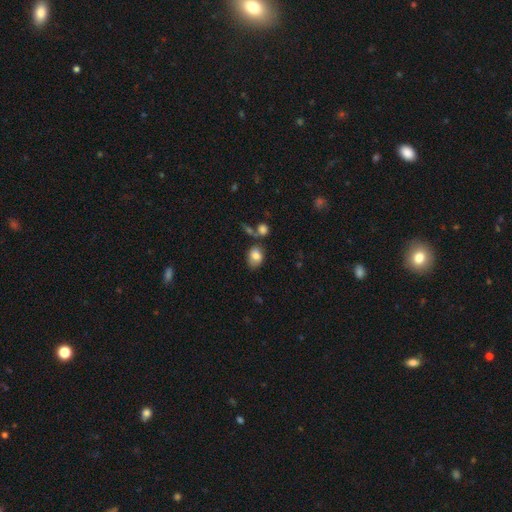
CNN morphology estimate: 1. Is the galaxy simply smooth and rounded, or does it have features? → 80% smooth, 12% featured or disk, 9% star or artifact.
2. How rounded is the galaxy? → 74% in between, 25% round, 1% cigar-shaped.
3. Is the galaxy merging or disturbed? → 54% none, 22% minor disturbance, 16% merger, 8% major disturbance.